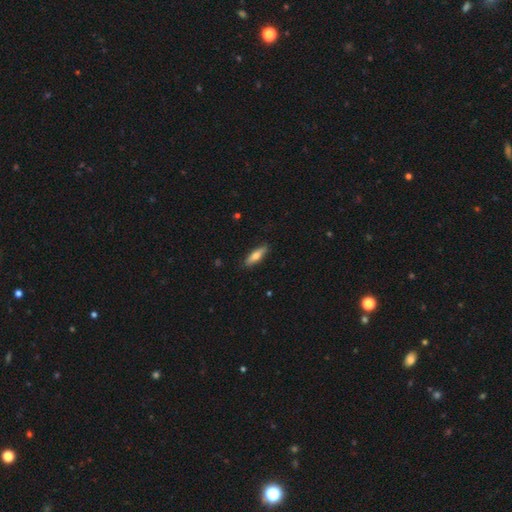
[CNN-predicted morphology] smooth 69%, featured or disk 25%, star or artifact 6%. Down the decision tree: how rounded — cigar-shaped (58%); merging — none (87%).